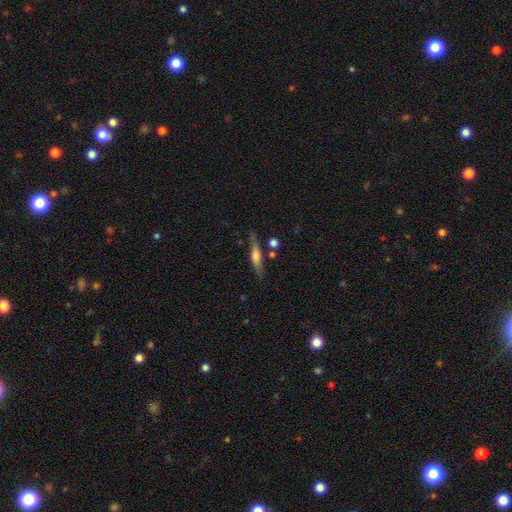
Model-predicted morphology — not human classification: A featured or disk galaxy (51%) viewed edge-on (91%). Merging: none (77%).